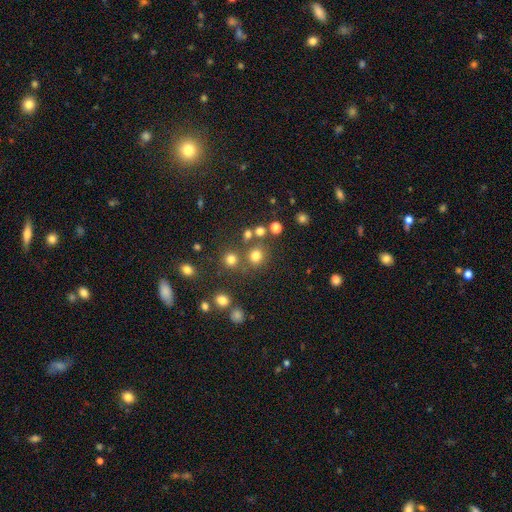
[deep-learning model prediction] A smooth galaxy with no disk features (75%) that is round (86%).

Vote fractions:
- Smooth or featured? smooth: 75% / star or artifact: 18% / featured or disk: 7%
- How rounded? round: 86% / in between: 13% / cigar-shaped: 1%
- Merging? none: 72% / merger: 15% / minor disturbance: 9% / major disturbance: 4%